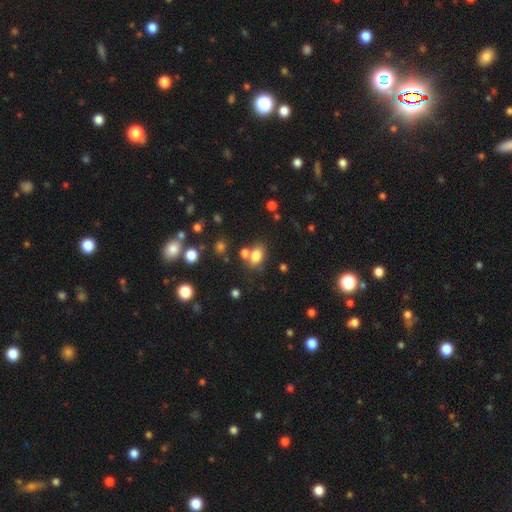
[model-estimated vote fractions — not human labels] smooth-or-featured: smooth: 78% | star or artifact: 13% | featured or disk: 9%
  how-rounded: in between: 75% | round: 23% | cigar-shaped: 2%
  merging: none: 58% | merger: 23% | minor disturbance: 14% | major disturbance: 5%